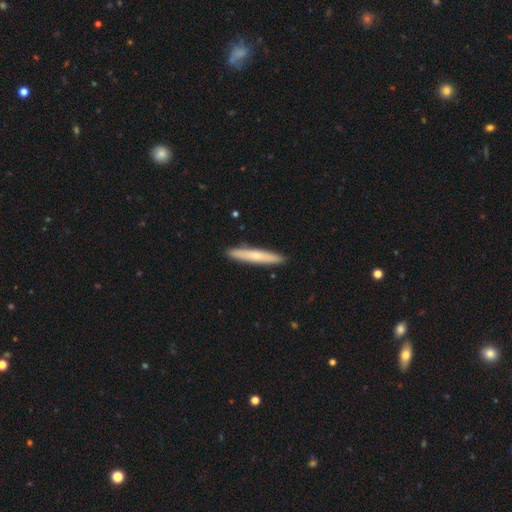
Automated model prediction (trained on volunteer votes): smooth-or-featured: smooth: 60% | featured or disk: 34% | star or artifact: 5%
  how-rounded: cigar-shaped: 94% | in between: 4% | round: 1%
  merging: none: 92% | minor disturbance: 6% | major disturbance: 1% | merger: 1%